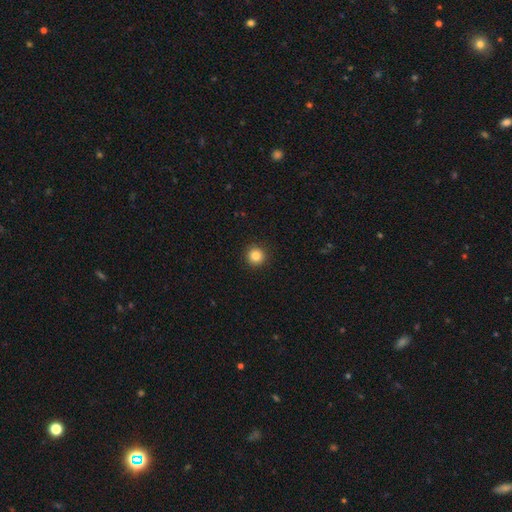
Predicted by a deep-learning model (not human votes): smooth_or_featured: smooth (p=0.85) [alt: star or artifact p=0.11]
how_rounded: round (p=0.95) [alt: in between p=0.04]
merging: none (p=0.93) [alt: minor disturbance p=0.05]